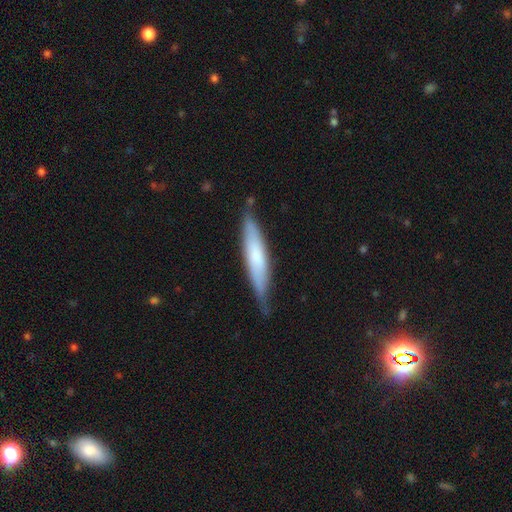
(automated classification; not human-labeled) Overall: smooth (58%; featured or disk 36%). How rounded: cigar-shaped (85%). Merging: none (73%).